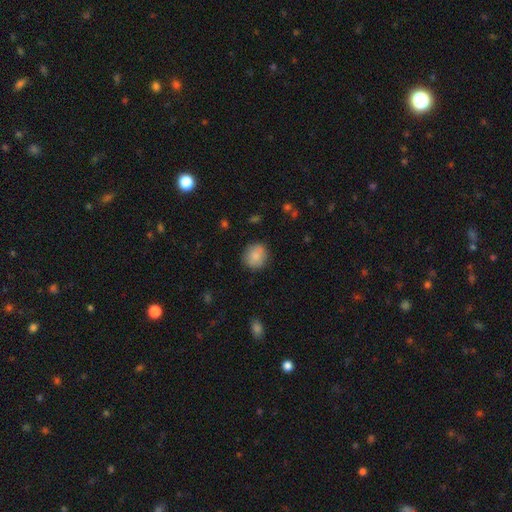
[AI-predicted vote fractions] A smooth galaxy with no disk features (86%) that is round (84%). Merging: none (85%).